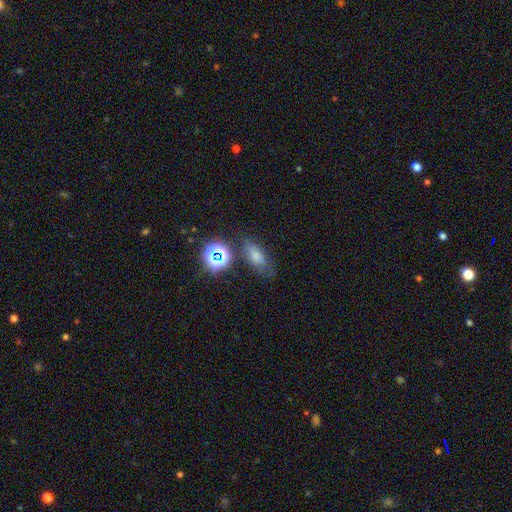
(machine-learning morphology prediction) type=smooth (48%); merging=none (68%).